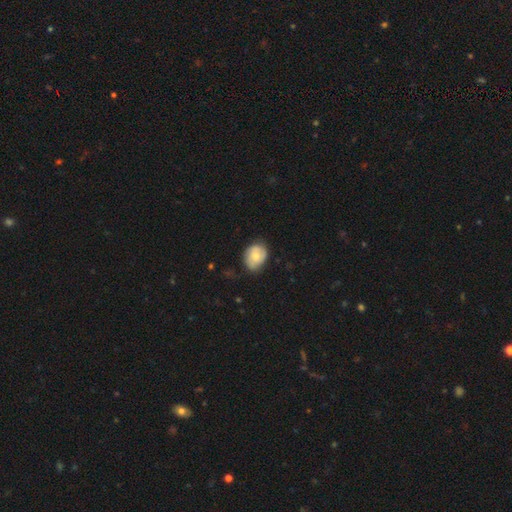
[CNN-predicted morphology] Smooth or featured: smooth — 65% (featured or disk — 28%)
How rounded: in between — 53% (round — 46%)
Merging: none — 67% (minor disturbance — 27%)